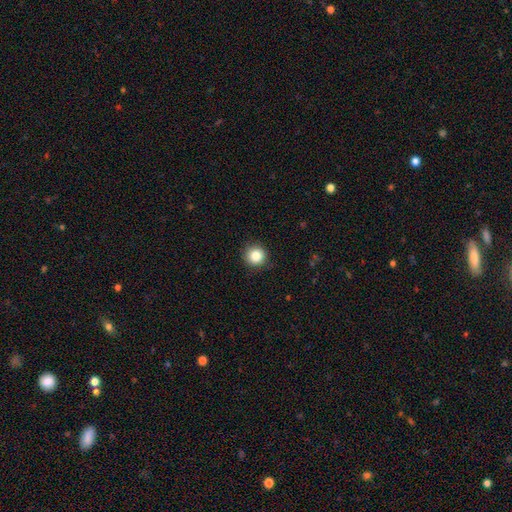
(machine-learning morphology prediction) The model was most divided on "smooth or featured": smooth: 85%, star or artifact: 10%, featured or disk: 5%. More confident: how rounded — round (94%); merging — none (91%).